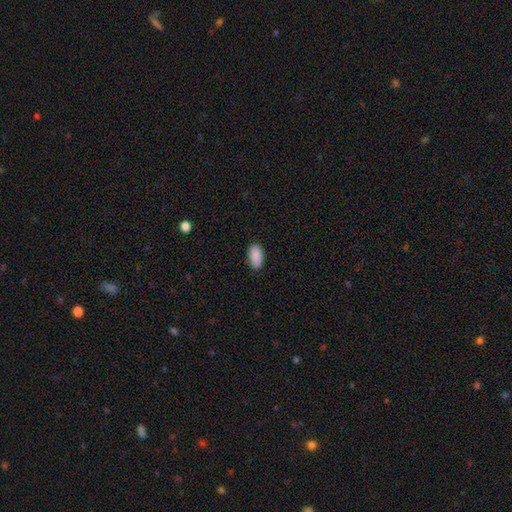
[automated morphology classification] A smooth galaxy with no disk features (90%) that is in between round and cigar-shaped (94%).

Vote fractions:
- Smooth or featured? smooth: 90% / star or artifact: 7% / featured or disk: 3%
- How rounded? in between: 94% / cigar-shaped: 3% / round: 3%
- Merging? none: 85% / minor disturbance: 12% / major disturbance: 2% / merger: 1%